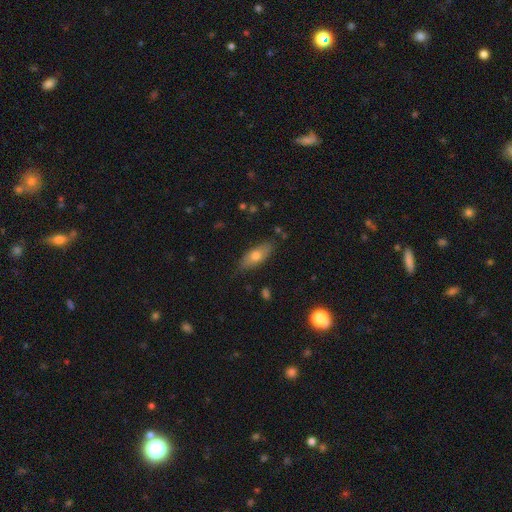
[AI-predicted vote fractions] This appears to be a smooth galaxy with no disk features (69%) that is in between round and cigar-shaped (76%). Merging: none (80%).